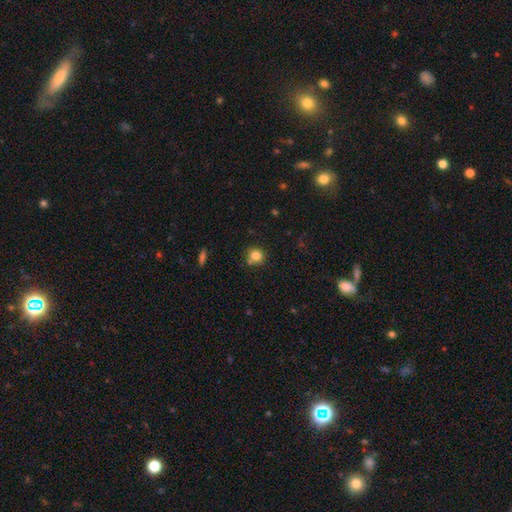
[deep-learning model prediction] smooth 79%, star or artifact 12%, featured or disk 8%. Down the decision tree: how rounded — round (89%); merging — none (70%).